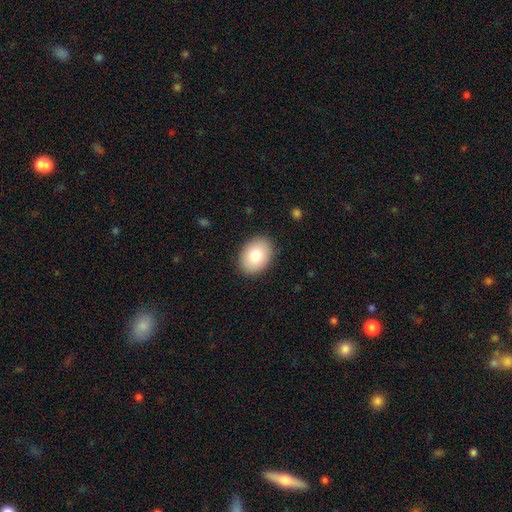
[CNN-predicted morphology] smooth_or_featured: smooth (p=0.80) [alt: featured or disk p=0.12]
how_rounded: in between (p=0.72) [alt: round p=0.27]
merging: none (p=0.89) [alt: minor disturbance p=0.08]